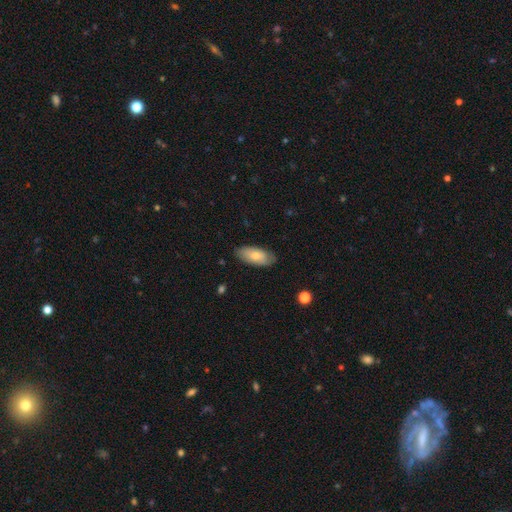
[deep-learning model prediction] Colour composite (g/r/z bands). It shows a smooth galaxy with no disk features (66%) that is in between round and cigar-shaped (90%). Merging: none (81%).